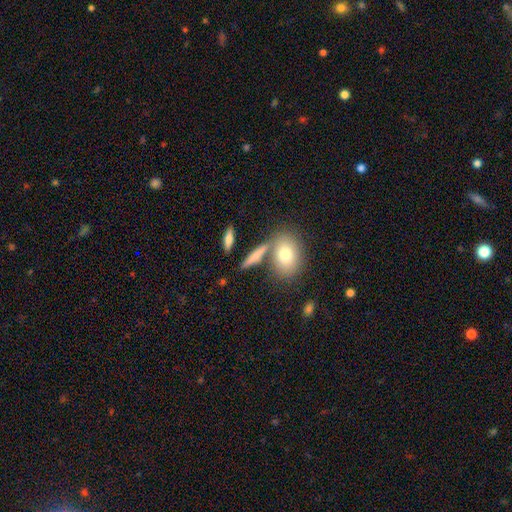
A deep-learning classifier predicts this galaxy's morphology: A smooth galaxy with no disk features (70%) that is cigar-shaped (48%). Merging: none (68%).